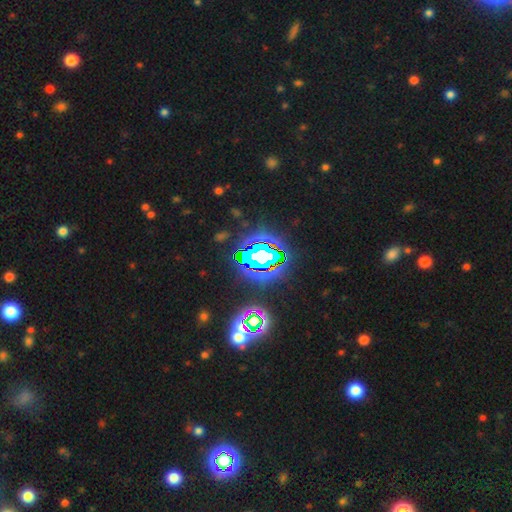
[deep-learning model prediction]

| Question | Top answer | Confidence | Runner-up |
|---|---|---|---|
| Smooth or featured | star or artifact | 80% | smooth (12%) |